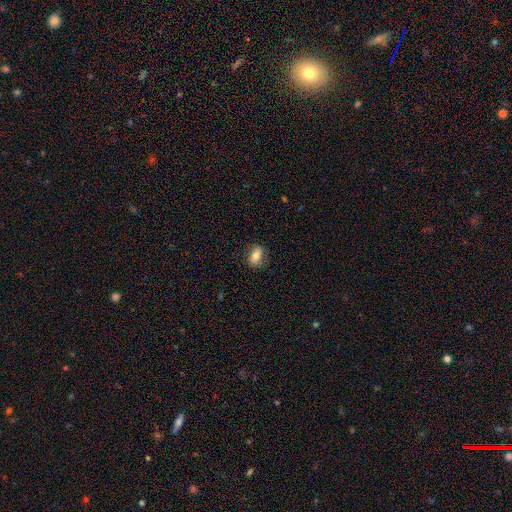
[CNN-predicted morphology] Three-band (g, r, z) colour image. It shows a smooth galaxy with no disk features (71%) that is in between round and cigar-shaped (79%). Merging: none (77%).